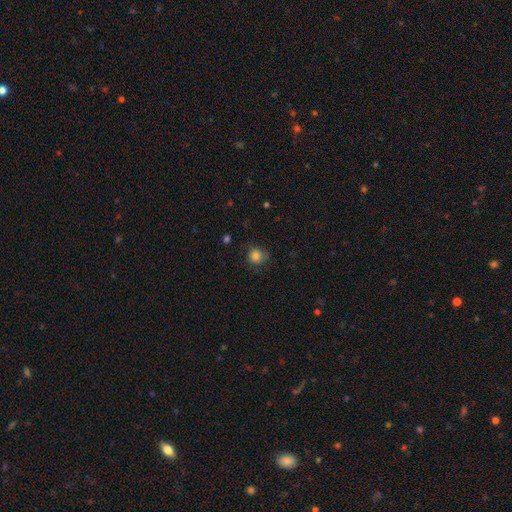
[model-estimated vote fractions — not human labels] Overall: smooth (82%). How rounded: round (85%). Merging: none (71%).